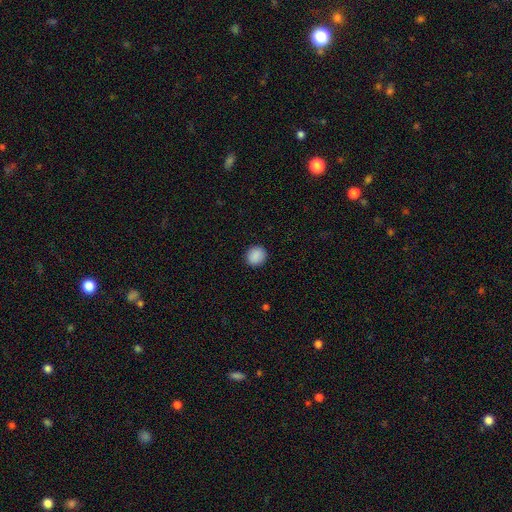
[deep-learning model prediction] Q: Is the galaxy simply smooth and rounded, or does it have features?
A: smooth — 89%.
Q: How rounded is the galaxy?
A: round — 86%.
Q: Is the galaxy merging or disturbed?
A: none — 91%.